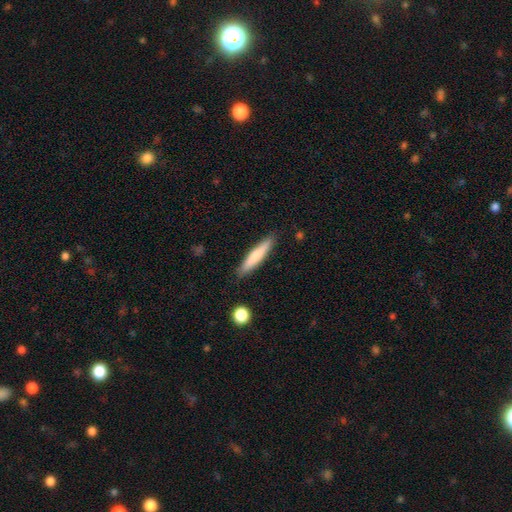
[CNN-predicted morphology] This appears to be a smooth galaxy with no disk features (71%) that is cigar-shaped (90%). Merging: none (88%).